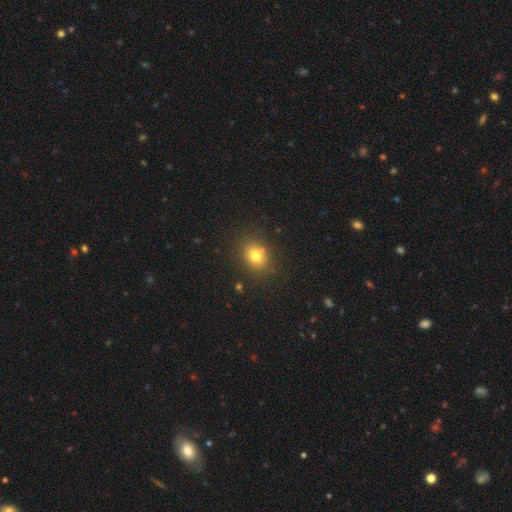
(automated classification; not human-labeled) smooth 76%, star or artifact 14%, featured or disk 10%. Down the decision tree: how rounded — round (53%); merging — none (80%).